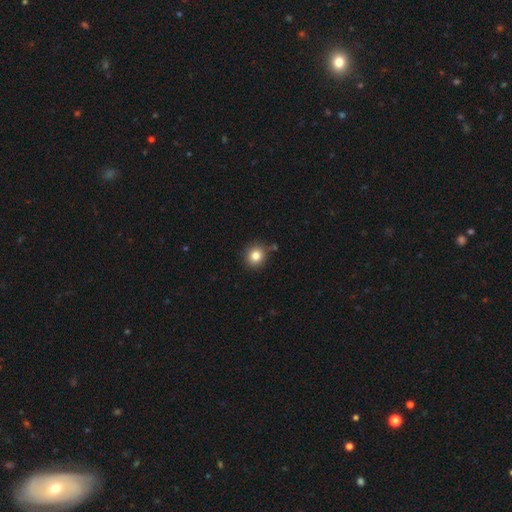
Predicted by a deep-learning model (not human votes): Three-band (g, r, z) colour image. It shows a smooth galaxy with no disk features (82%) that is round (88%). Merging: none (83%).